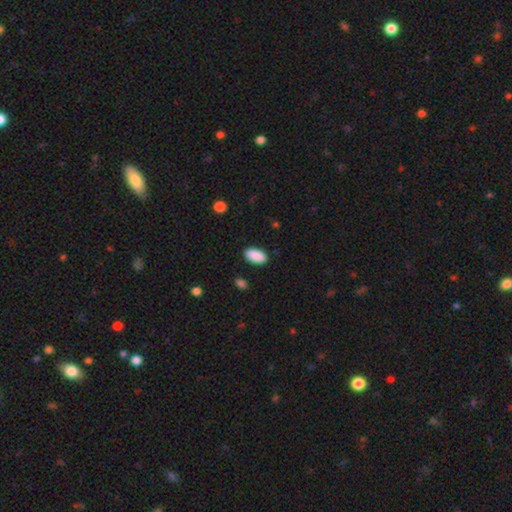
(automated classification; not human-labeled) Smooth or featured: smooth — 91% (star or artifact — 6%)
How rounded: in between — 93% (cigar-shaped — 4%)
Merging: none — 89% (minor disturbance — 8%)